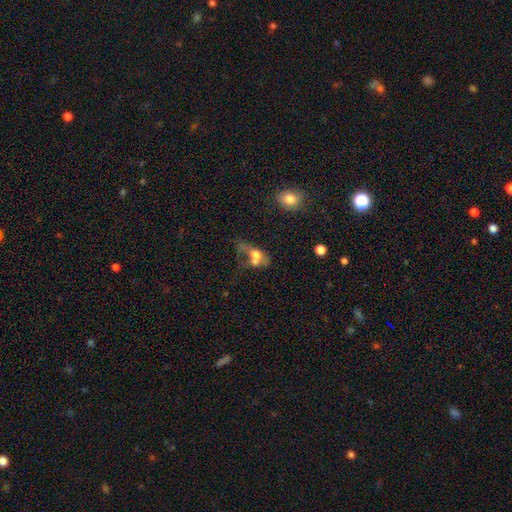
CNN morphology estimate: This appears to be a smooth galaxy with no disk features (55%) that is in between round and cigar-shaped (65%). Merging: merger (52%).